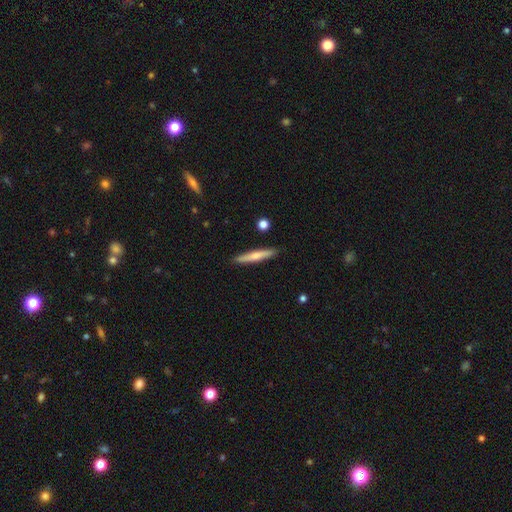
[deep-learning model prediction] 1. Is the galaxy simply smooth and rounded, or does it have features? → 56% smooth, 38% featured or disk, 6% star or artifact.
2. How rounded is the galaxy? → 93% cigar-shaped, 5% in between, 2% round.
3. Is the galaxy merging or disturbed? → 90% none, 7% minor disturbance, 2% merger, 1% major disturbance.